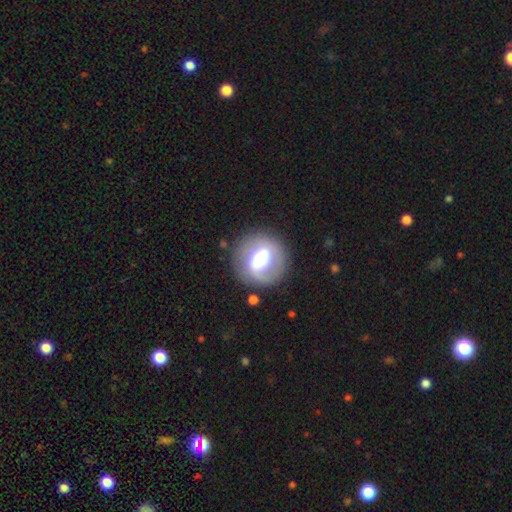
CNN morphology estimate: Smooth or featured? featured or disk (54%)
Edge-on disk? no (92%)
Bar? weak (42%)
Spiral arms? no (58%)
Bulge size? moderate (63%)
Merging? none (83%)